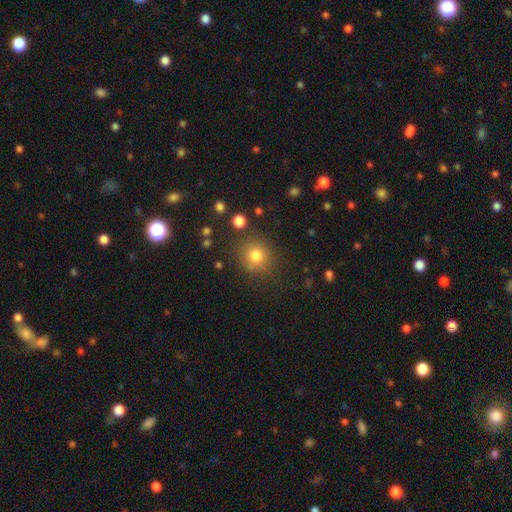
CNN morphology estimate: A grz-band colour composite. It shows a smooth galaxy with no disk features (78%) that is round (88%). Merging: none (82%).